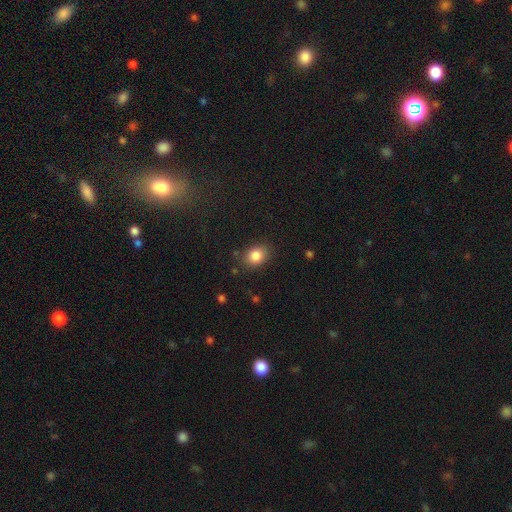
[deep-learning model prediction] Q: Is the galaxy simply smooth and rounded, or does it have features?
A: smooth — 84%.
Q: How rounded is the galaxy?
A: in between — 61%.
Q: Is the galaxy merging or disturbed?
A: none — 82%.